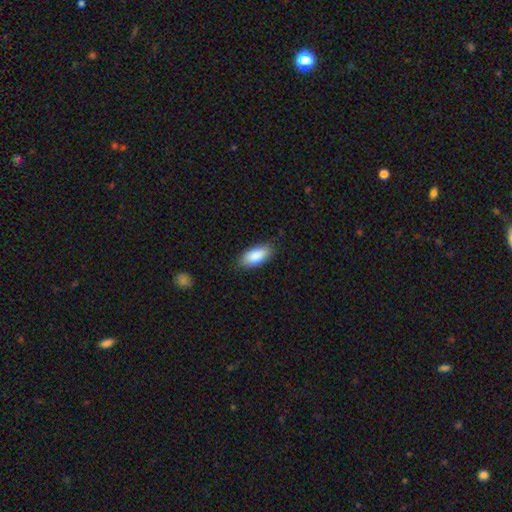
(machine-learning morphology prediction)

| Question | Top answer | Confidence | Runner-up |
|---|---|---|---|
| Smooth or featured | smooth | 89% | star or artifact (6%) |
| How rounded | in between | 89% | cigar-shaped (9%) |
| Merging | none | 84% | minor disturbance (12%) |